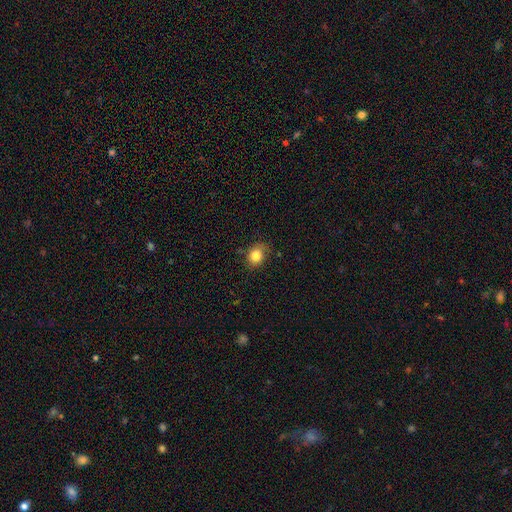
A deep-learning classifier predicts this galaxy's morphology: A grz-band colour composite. It shows a smooth galaxy with no disk features (82%) that is round (57%). Merging: none (74%).